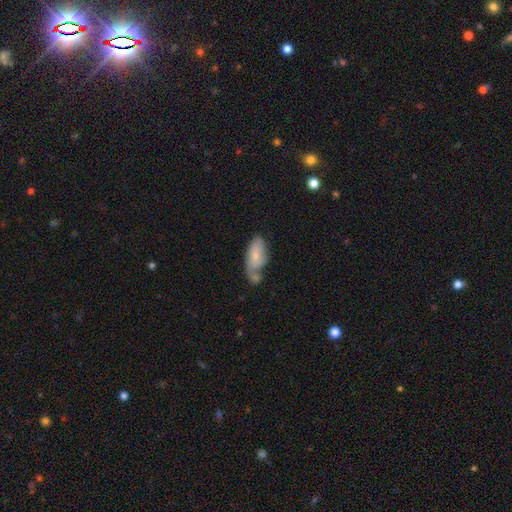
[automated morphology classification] Smooth or featured? smooth (63%)
How rounded? in between (89%)
Merging? none (32%)